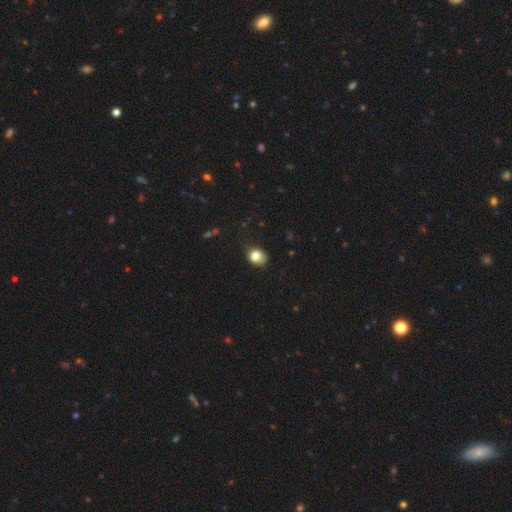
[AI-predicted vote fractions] A smooth galaxy with no disk features (81%) that is round (55%). Merging: none (62%).